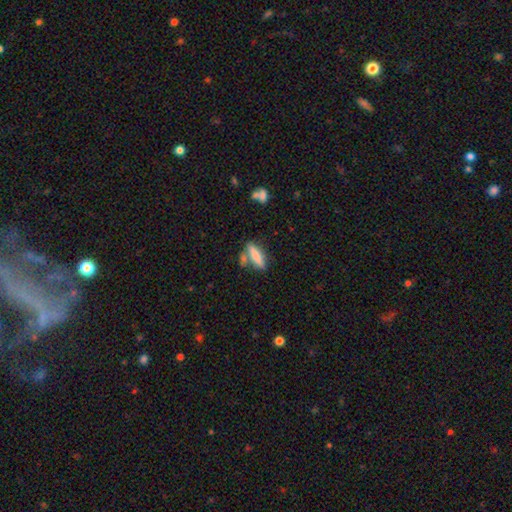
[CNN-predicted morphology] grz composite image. It shows a smooth galaxy with no disk features (67%) that is cigar-shaped (64%). Merging: none (58%).